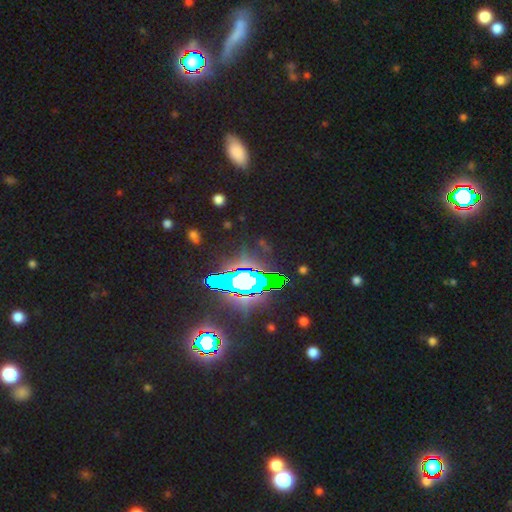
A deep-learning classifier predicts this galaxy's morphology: Smooth or featured? star or artifact (80%)